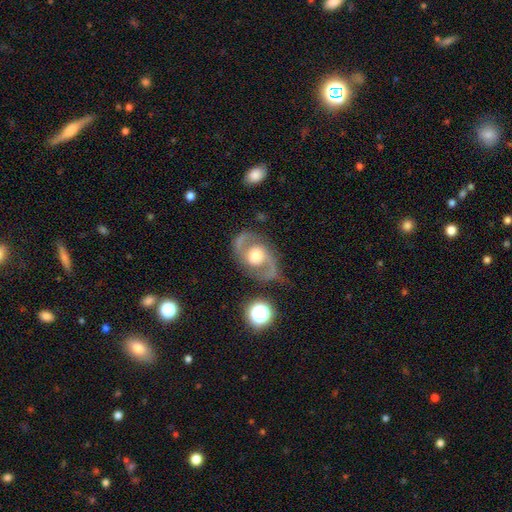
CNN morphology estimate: smooth_or_featured: featured or disk (p=0.85) [alt: smooth p=0.09]
disk_edge_on: no (p=0.97) [alt: yes p=0.03]
bar: no (p=0.65) [alt: weak p=0.27]
has_spiral_arms: yes (p=0.93) [alt: no p=0.07]
spiral_winding: medium (p=0.55) [alt: loose p=0.33]
spiral_arm_count: 2 (p=0.93) [alt: can't tell p=0.02]
bulge_size: moderate (p=0.59) [alt: large p=0.28]
merging: none (p=0.73) [alt: minor disturbance p=0.15]